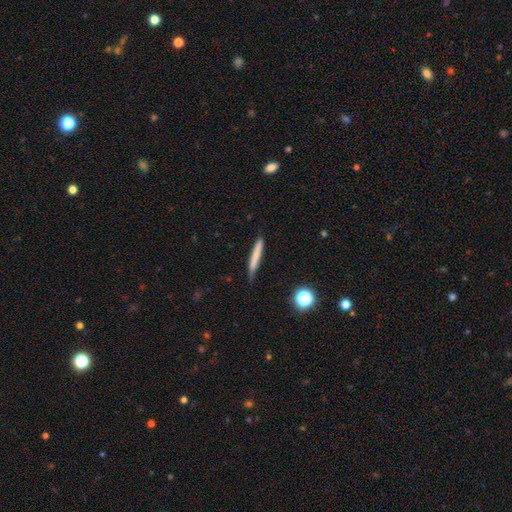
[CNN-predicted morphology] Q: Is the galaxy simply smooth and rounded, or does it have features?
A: smooth — 70%.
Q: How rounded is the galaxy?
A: cigar-shaped — 94%.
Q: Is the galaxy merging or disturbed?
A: none — 77%.